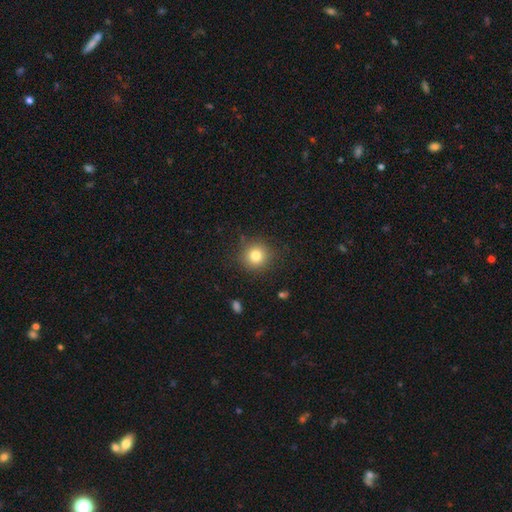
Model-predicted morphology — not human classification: A smooth galaxy with no disk features (81%) that is round (93%). Merging: none (87%).